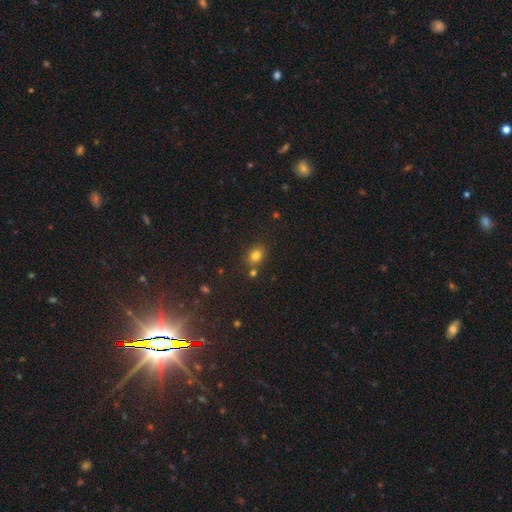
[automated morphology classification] This is likely a smooth galaxy (79%). How rounded: possibly in between (53%). Merging: likely none (73%).